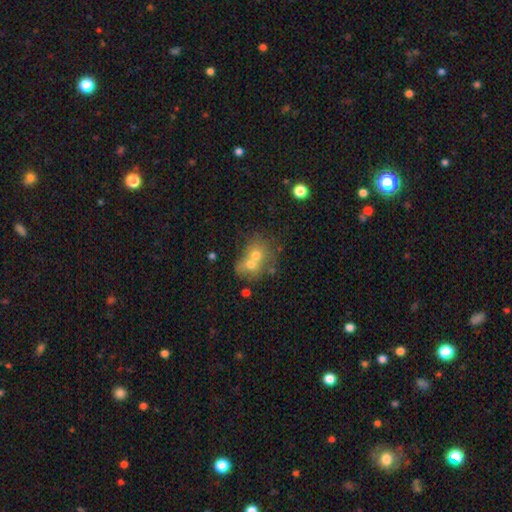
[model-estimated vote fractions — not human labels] A smooth galaxy with no disk features (59%) that is round (65%). Merging: merger (66%).